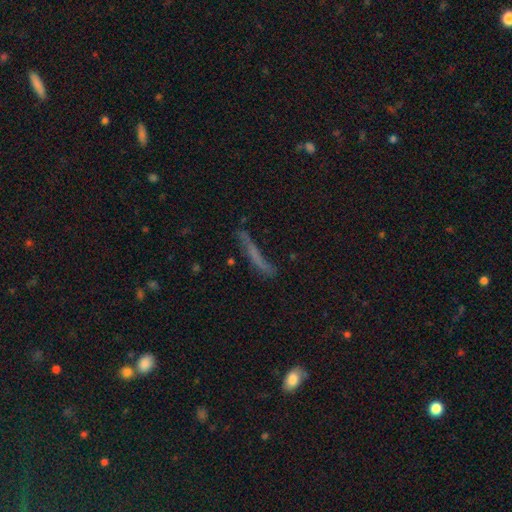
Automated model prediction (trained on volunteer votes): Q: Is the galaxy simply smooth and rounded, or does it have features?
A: smooth — 51%.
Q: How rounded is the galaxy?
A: cigar-shaped — 91%.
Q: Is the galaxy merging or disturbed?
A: none — 57%.